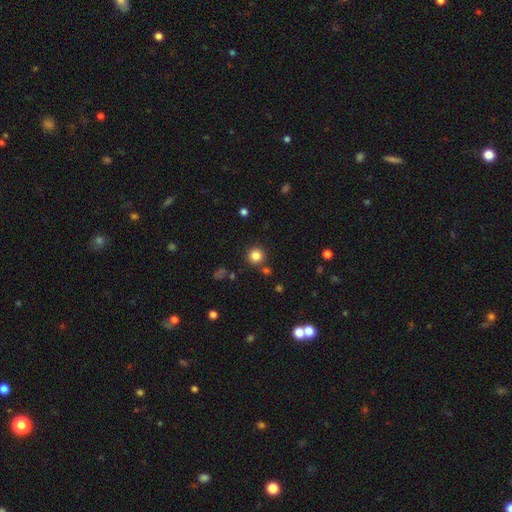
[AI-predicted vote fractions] Overall: smooth (83%). How rounded: round (95%). Merging: none (85%).